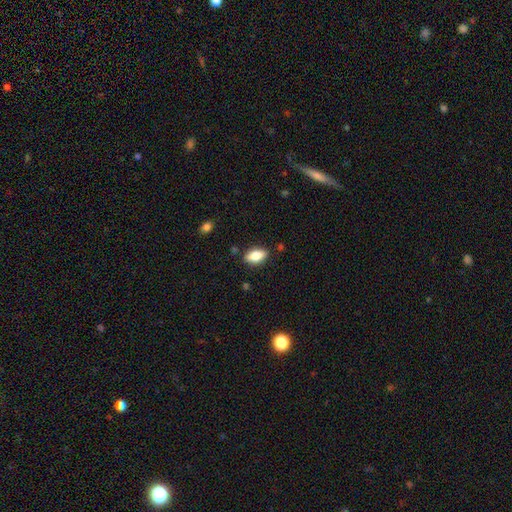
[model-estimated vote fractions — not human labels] The model was most divided on "smooth or featured": smooth: 78%, featured or disk: 15%, star or artifact: 8%. More confident: how rounded — in between (88%); merging — none (85%).